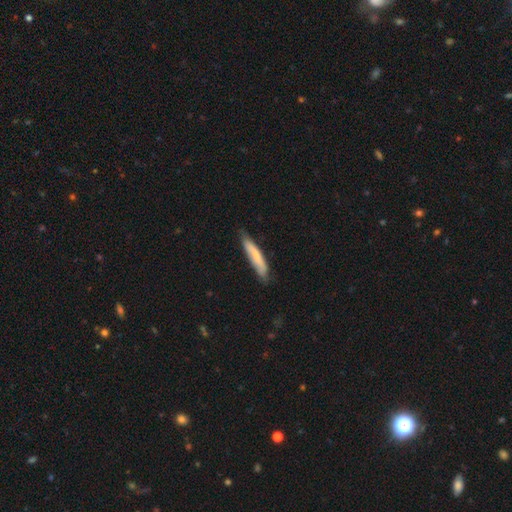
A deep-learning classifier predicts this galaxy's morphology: type=smooth (71%); roundness=cigar-shaped (88%); merging=none (74%).